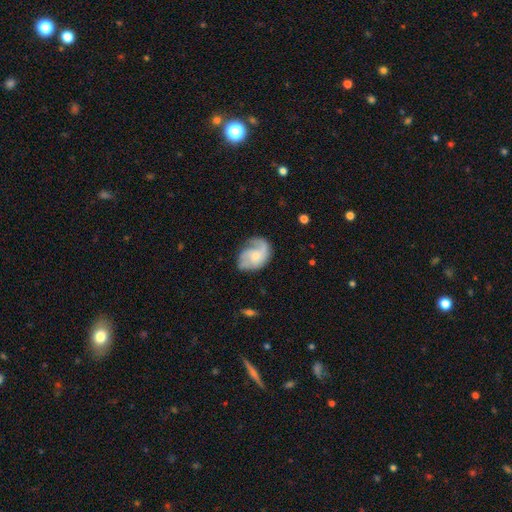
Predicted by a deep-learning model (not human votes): This is likely a featured or disk galaxy (71%). It is clearly not viewed edge-on (97%). Bar: likely no (68%). Spiral arm pattern: clearly yes (91%). Spiral arm count: marginally 2 (45%). Spiral winding: marginally medium (44%). Central bulge: possibly small (56%). Merging: possibly none (59%).